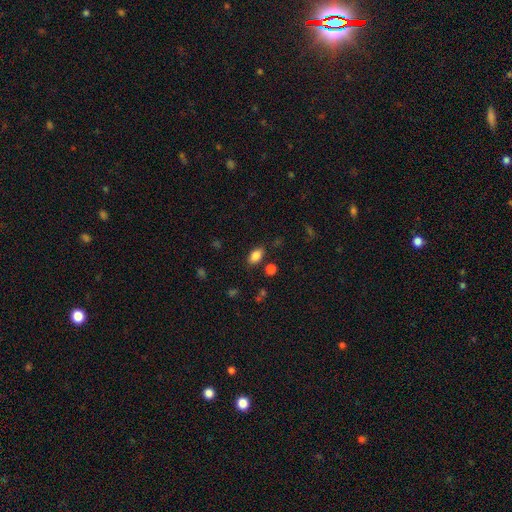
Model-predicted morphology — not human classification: A smooth galaxy with no disk features (85%) that is in between round and cigar-shaped (88%).

Vote fractions:
- Smooth or featured? smooth: 85% / star or artifact: 9% / featured or disk: 5%
- How rounded? in between: 88% / round: 10% / cigar-shaped: 2%
- Merging? none: 81% / minor disturbance: 12% / major disturbance: 4% / merger: 3%